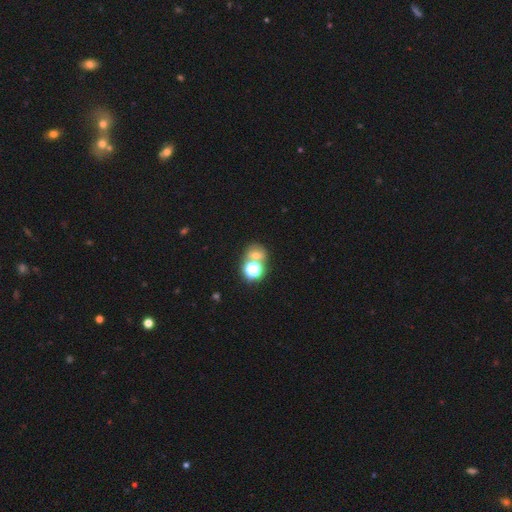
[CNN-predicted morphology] Smooth or featured? Predicted: smooth (p=0.51). How rounded? Predicted: round (p=0.68). Merging? Predicted: none (p=0.51).